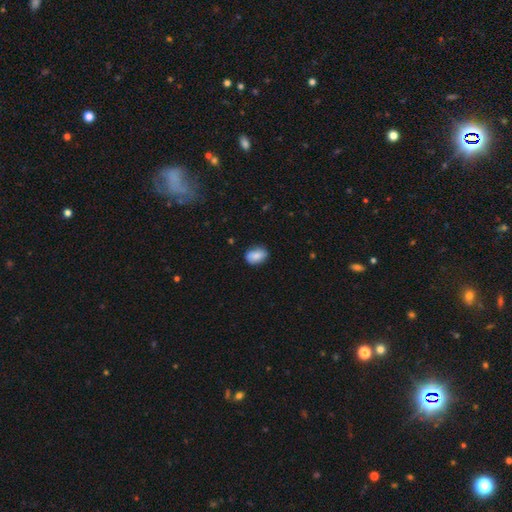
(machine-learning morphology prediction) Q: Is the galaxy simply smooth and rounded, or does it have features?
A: smooth — 82%.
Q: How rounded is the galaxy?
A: in between — 79%.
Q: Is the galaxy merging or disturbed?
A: none — 75%.